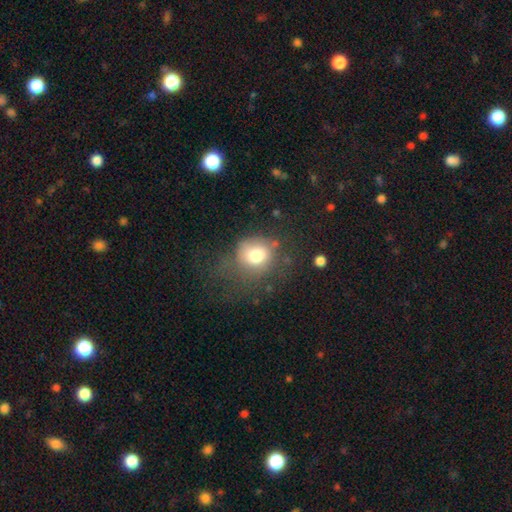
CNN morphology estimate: A smooth galaxy with no disk features (76%) that is round (77%). Merging: none (54%).